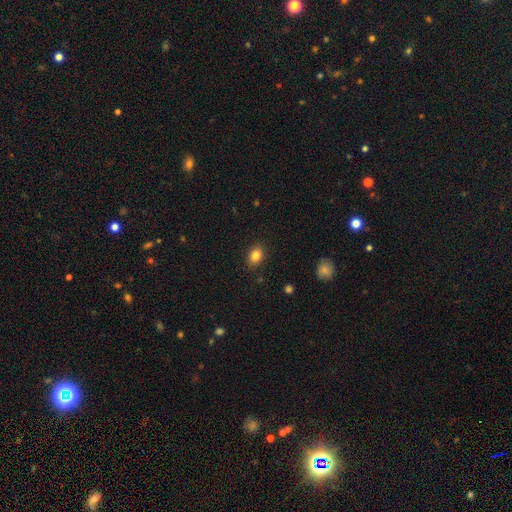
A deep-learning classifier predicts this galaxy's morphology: smooth_or_featured: smooth (p=0.83) [alt: star or artifact p=0.10]
how_rounded: in between (p=0.71) [alt: round p=0.28]
merging: none (p=0.87) [alt: minor disturbance p=0.10]